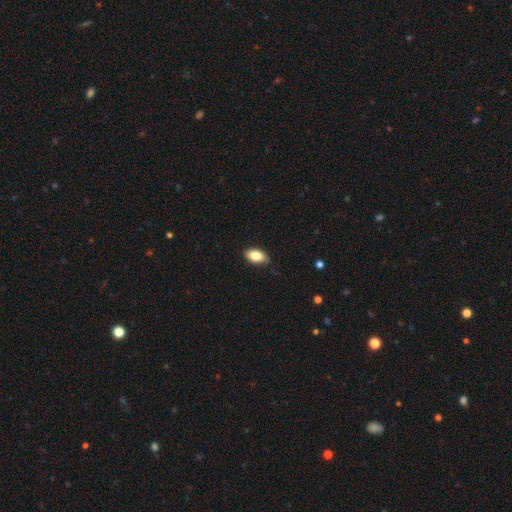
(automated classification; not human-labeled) This is clearly a smooth galaxy (84%). How rounded: clearly in between (92%). Merging: clearly none (80%).